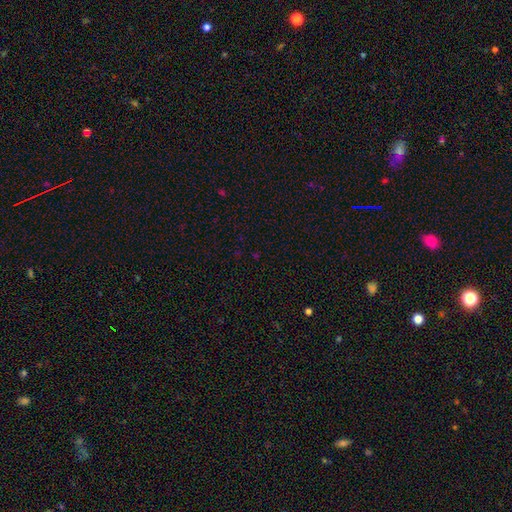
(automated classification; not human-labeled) Smooth or featured?
  - star or artifact: 64% *
  - smooth: 30%
  - featured or disk: 7%